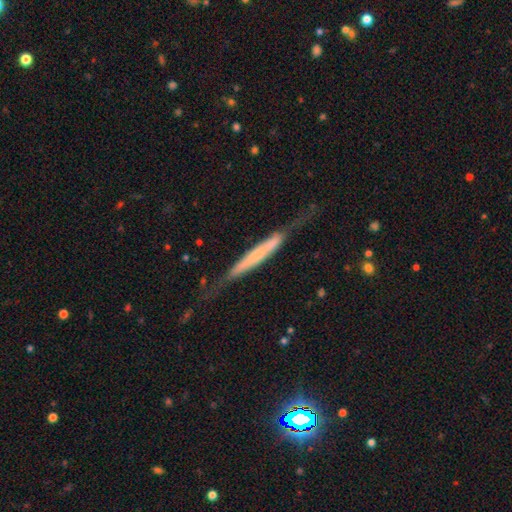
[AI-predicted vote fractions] Smooth or featured: featured or disk — 57% (smooth — 37%)
Edge-on disk: yes — 87% (no — 13%)
Merging: none — 63% (minor disturbance — 23%)